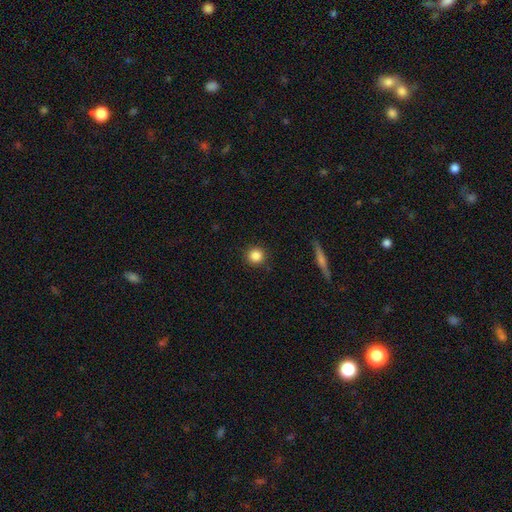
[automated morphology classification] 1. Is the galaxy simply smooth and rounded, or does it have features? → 85% smooth, 10% star or artifact, 5% featured or disk.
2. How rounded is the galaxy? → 94% round, 5% in between, 1% cigar-shaped.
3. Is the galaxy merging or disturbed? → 91% none, 6% minor disturbance, 2% major disturbance, 1% merger.